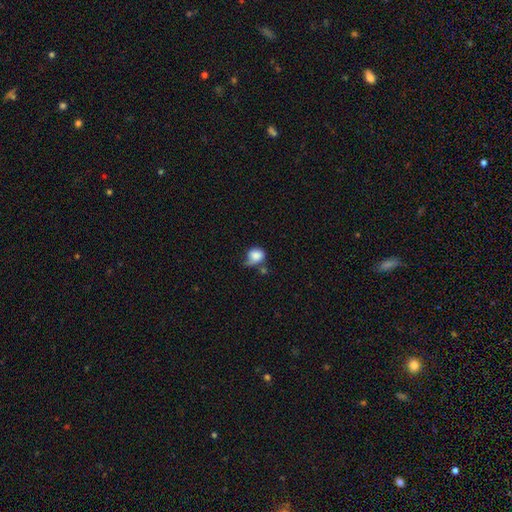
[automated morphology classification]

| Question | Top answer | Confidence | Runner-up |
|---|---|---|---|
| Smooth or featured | smooth | 82% | featured or disk (9%) |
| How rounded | round | 64% | in between (35%) |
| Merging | minor disturbance | 36% | none (32%) |